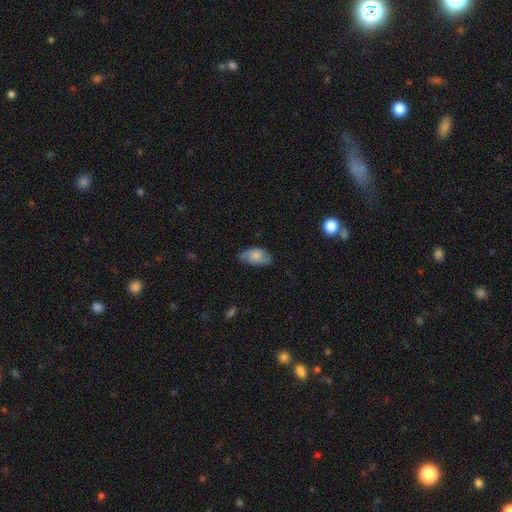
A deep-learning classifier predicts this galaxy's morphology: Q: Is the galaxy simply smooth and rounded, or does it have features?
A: smooth — 65%.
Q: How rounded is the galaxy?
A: in between — 92%.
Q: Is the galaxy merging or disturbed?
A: none — 63%.